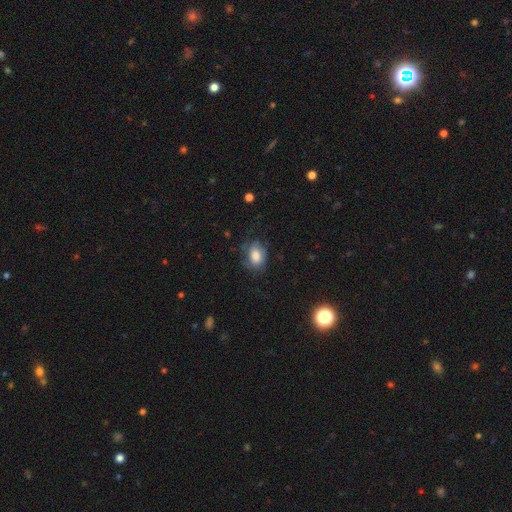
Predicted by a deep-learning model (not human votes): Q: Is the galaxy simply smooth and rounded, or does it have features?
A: smooth — 72%.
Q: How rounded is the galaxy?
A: in between — 73%.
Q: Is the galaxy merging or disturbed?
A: none — 61%.